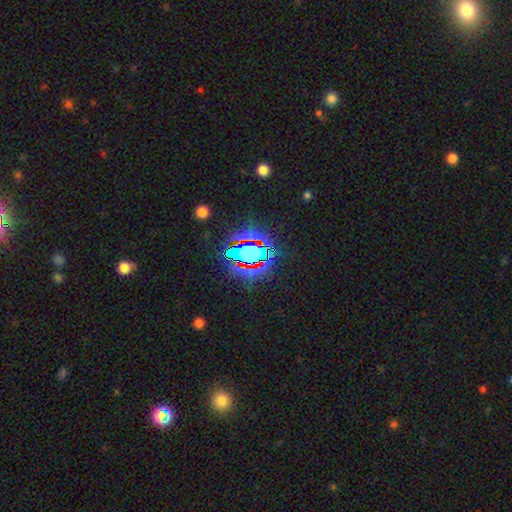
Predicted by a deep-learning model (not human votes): Morphology: type=star or artifact (68%).